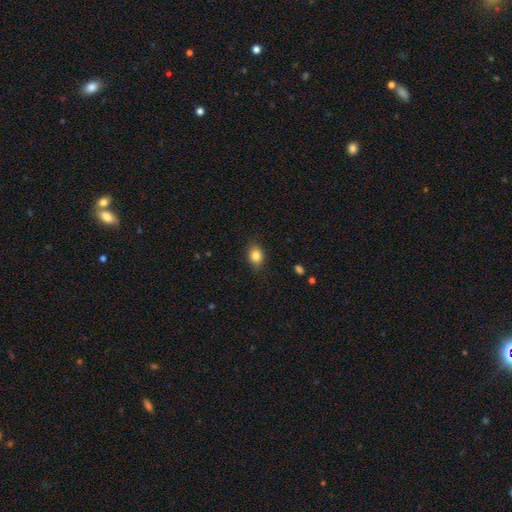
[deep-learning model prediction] Smooth or featured? Predicted: smooth (p=0.84). How rounded? Predicted: in between (p=0.66). Merging? Predicted: none (p=0.85).